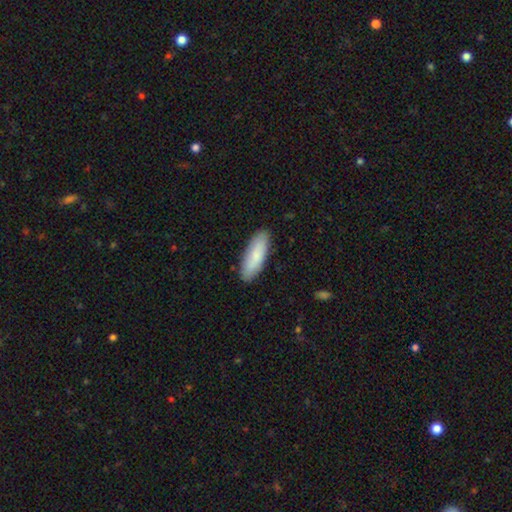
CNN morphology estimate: Overall: smooth (83%). How rounded: in between (62%; cigar-shaped 37%). Merging: none (88%).